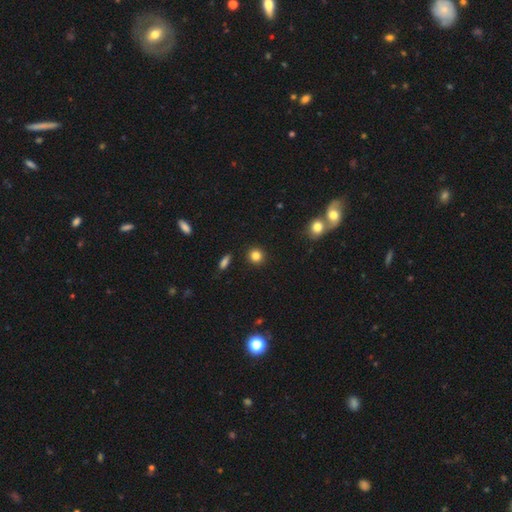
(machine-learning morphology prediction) Smooth or featured: smooth — 84% (star or artifact — 11%)
How rounded: round — 91% (in between — 8%)
Merging: none — 91% (minor disturbance — 5%)